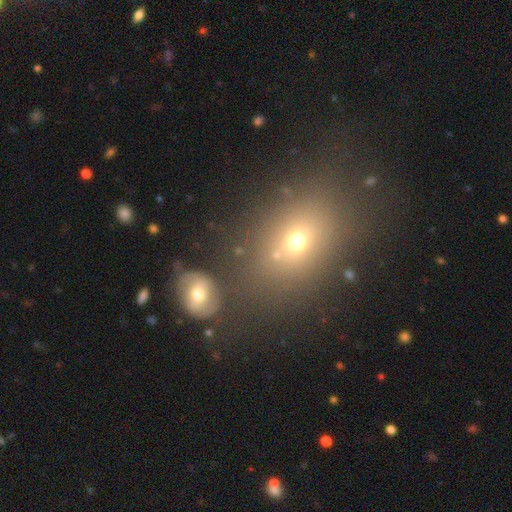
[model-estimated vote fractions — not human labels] This is possibly a smooth galaxy (54%). How rounded: possibly in between (60%). Merging: likely none (67%).